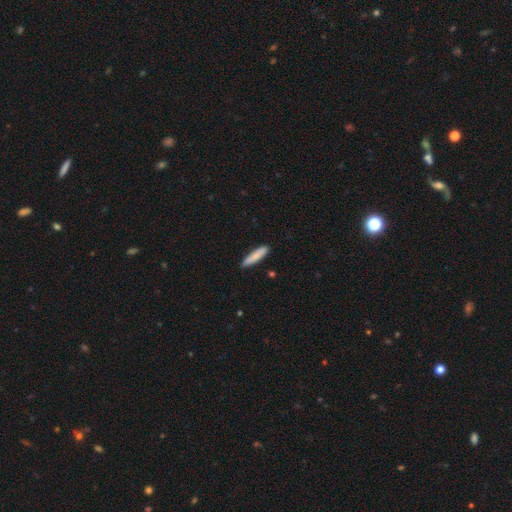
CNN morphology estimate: Overall: smooth (81%). How rounded: cigar-shaped (85%). Merging: none (86%).